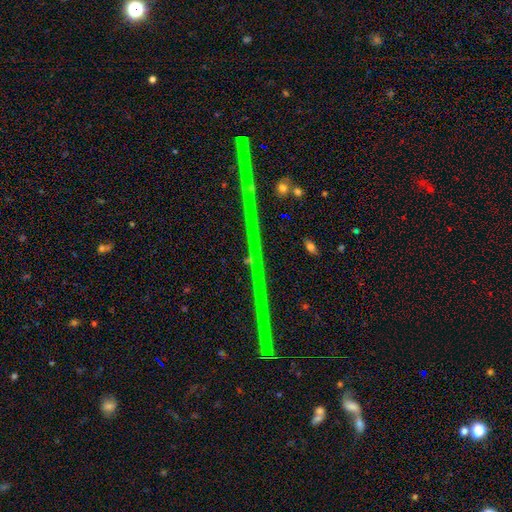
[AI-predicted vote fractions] Smooth or featured?
  - star or artifact: 76% *
  - featured or disk: 16%
  - smooth: 9%